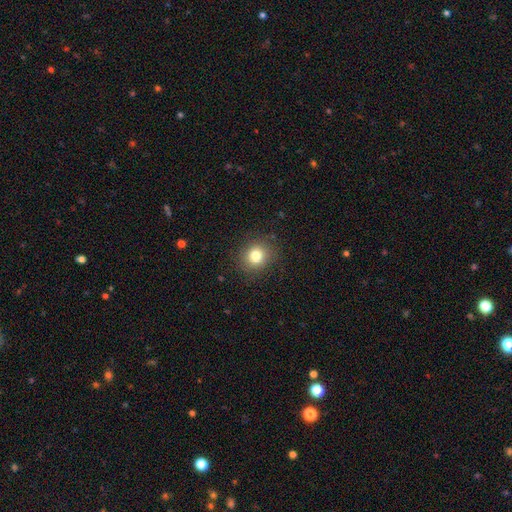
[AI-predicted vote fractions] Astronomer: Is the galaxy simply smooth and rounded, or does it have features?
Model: smooth — 80%.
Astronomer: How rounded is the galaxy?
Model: round — 82%.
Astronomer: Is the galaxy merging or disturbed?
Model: none — 87%.